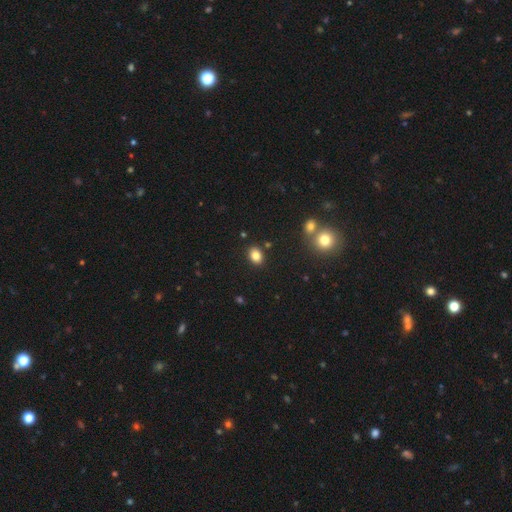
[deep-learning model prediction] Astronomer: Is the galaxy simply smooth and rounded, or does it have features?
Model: smooth — 82%.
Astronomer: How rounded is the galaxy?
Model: in between — 64%.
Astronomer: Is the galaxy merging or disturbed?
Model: none — 86%.